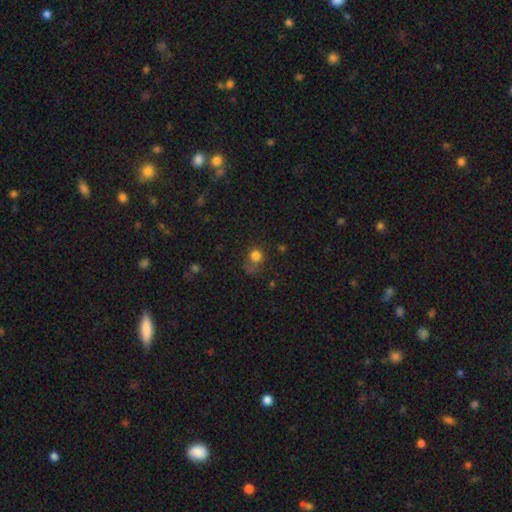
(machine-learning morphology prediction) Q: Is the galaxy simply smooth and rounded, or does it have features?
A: smooth — 78%.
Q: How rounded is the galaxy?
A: round — 79%.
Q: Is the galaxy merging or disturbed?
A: none — 46%.